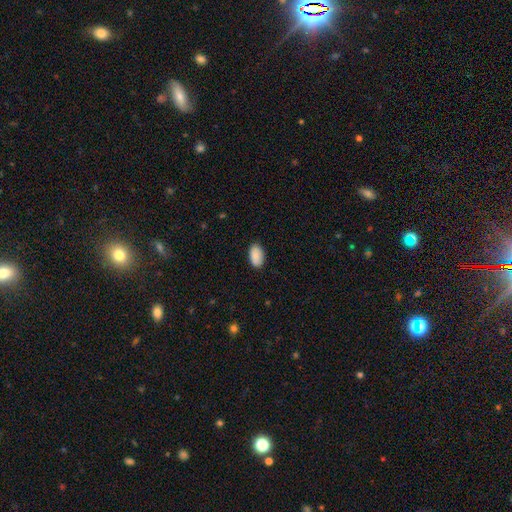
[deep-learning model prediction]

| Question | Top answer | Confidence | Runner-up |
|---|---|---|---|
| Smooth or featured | smooth | 89% | star or artifact (6%) |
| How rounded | in between | 94% | round (5%) |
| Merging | none | 87% | minor disturbance (10%) |